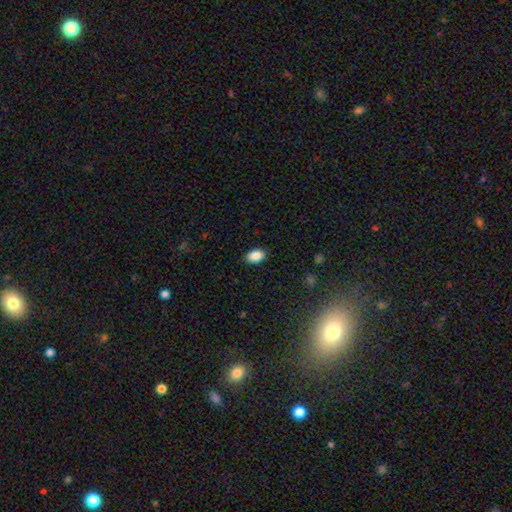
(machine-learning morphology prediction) smooth 88%, star or artifact 8%, featured or disk 3%. Down the decision tree: how rounded — in between (86%); merging — none (88%).